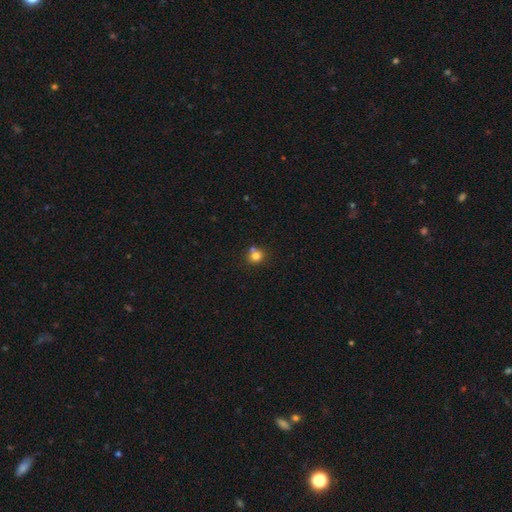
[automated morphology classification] The model was most divided on "merging": none: 63%, merger: 24%, minor disturbance: 10%, major disturbance: 3%. More confident: how rounded — round (87%); smooth or featured — smooth (79%).